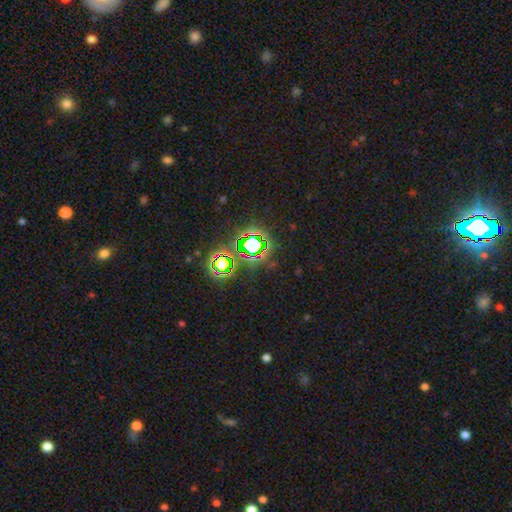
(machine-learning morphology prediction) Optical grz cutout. It shows a star or artifact, not a galaxy (80%).